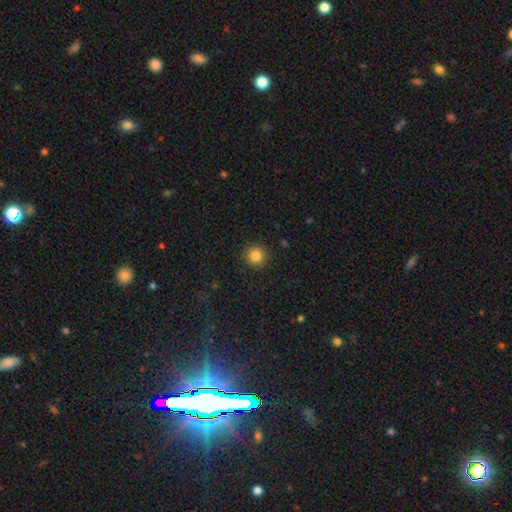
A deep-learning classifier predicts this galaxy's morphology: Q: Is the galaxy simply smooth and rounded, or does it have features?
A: smooth — 85%.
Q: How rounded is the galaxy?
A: round — 95%.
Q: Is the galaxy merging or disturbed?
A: none — 91%.